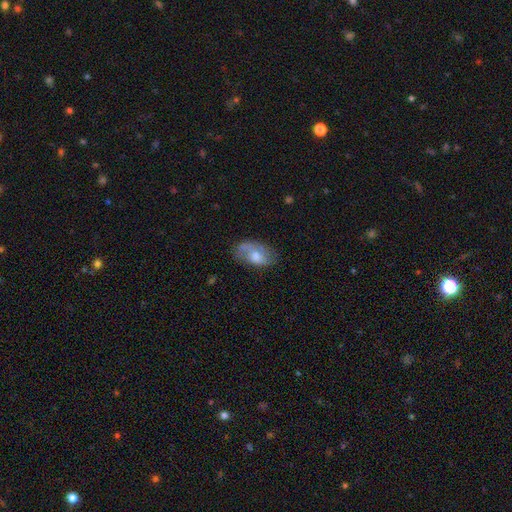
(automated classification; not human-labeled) Morphology: type=smooth (49%); merging=none (52%).